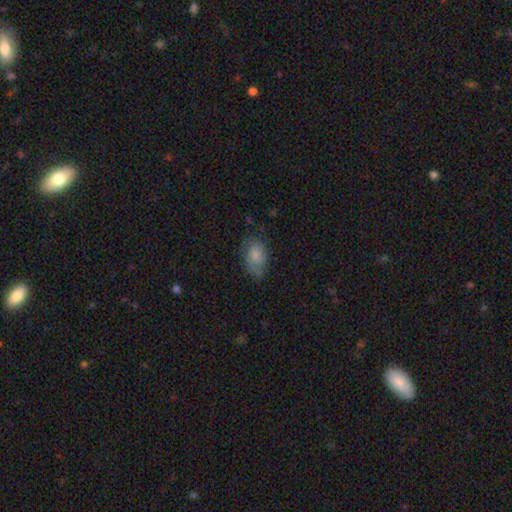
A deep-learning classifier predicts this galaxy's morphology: type=smooth (70%); roundness=in between (89%); merging=none (58%).